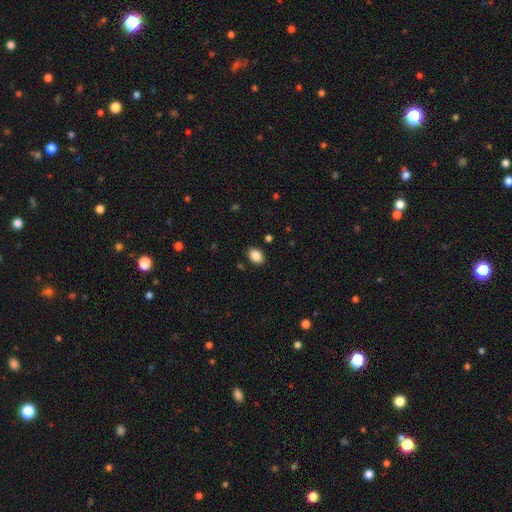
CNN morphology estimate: A smooth galaxy with no disk features (88%) that is in between round and cigar-shaped (78%). Merging: none (88%).